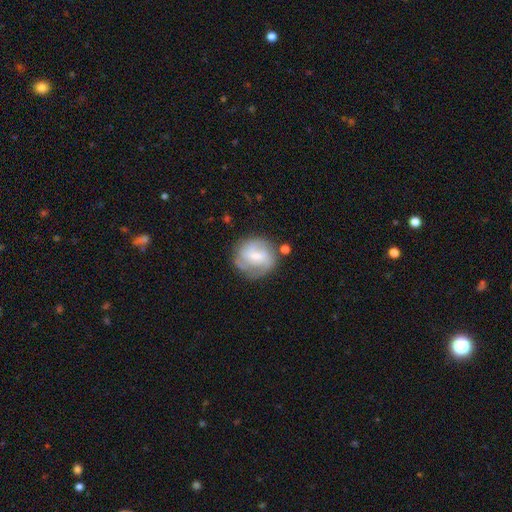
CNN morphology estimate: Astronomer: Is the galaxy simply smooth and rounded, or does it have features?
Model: featured or disk — 60%.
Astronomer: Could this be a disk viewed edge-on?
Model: no — 97%.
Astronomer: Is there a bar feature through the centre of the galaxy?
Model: weak — 49% (runner-up: no, 38%).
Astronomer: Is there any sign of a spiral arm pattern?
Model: yes — 80%.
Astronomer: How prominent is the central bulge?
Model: small — 58%.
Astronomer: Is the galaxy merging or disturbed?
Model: none — 65%.